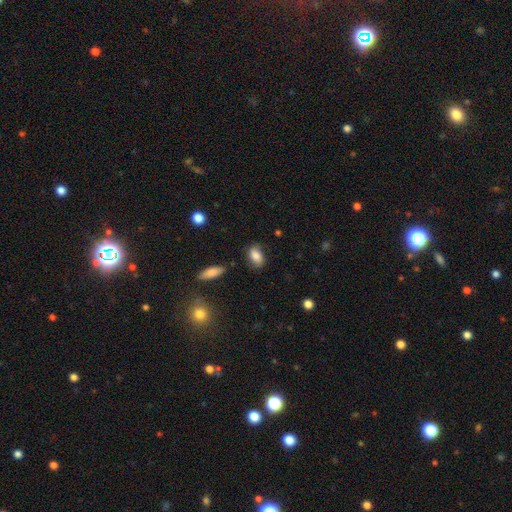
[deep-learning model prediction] A smooth galaxy with no disk features (81%) that is in between round and cigar-shaped (88%). Merging: none (78%).